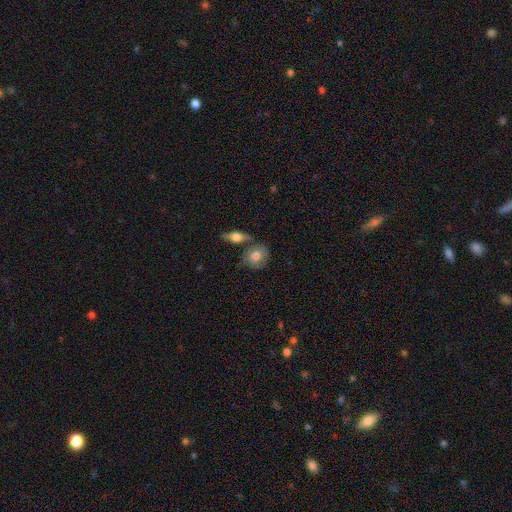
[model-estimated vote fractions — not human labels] Overall: smooth (68%). How rounded: round (62%; in between 35%). Merging: none (58%; merger 21%).